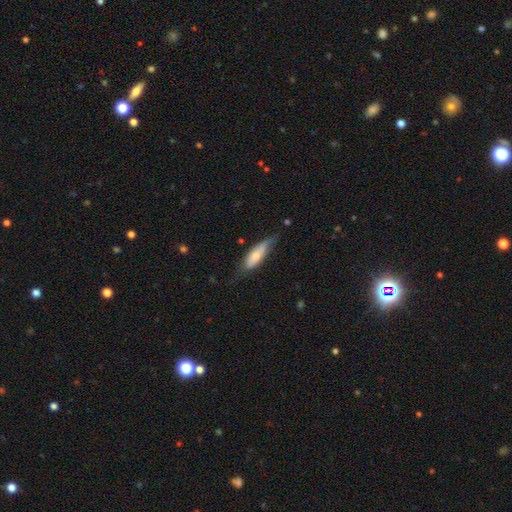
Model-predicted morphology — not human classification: Q: Smooth or featured?
A: smooth (64%); runner-up: featured or disk (30%)
Q: How rounded?
A: in between (54%); runner-up: cigar-shaped (44%)
Q: Merging?
A: none (51%); runner-up: minor disturbance (35%)